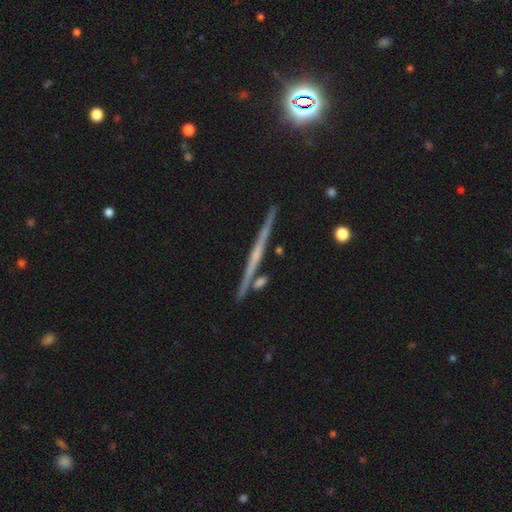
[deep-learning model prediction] Overall: featured or disk (73%). Edge-on disk: yes (98%). Edge-on bulge: none (64%; rounded 28%). Merging: none (87%).